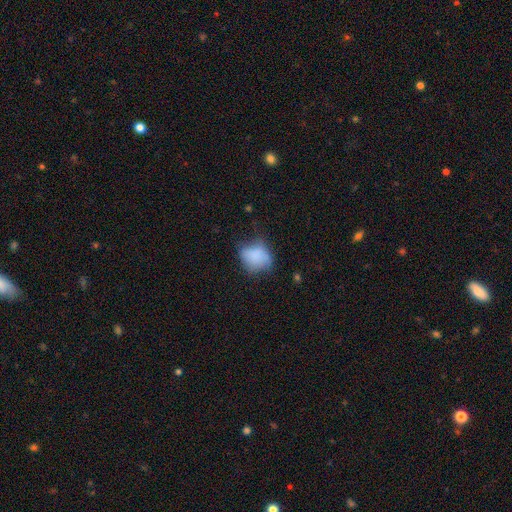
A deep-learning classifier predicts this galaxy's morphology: A smooth galaxy with no disk features (78%) that is round (50%). Merging: none (43%).